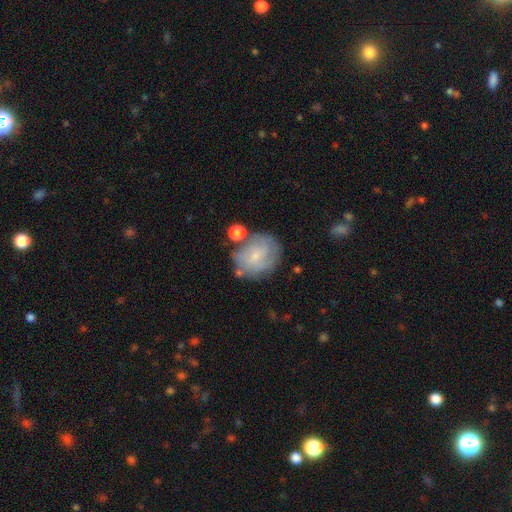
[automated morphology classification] The model was most divided on "smooth or featured": featured or disk: 47%, smooth: 44%, star or artifact: 9%. More confident: merging — none (62%).